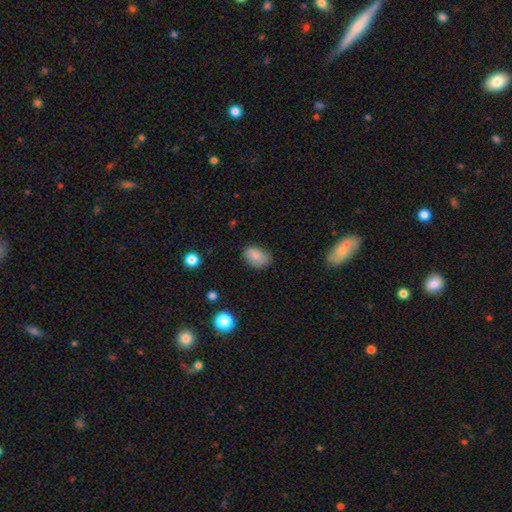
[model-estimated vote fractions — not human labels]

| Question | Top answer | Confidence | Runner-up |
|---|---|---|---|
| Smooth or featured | smooth | 85% | star or artifact (9%) |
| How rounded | in between | 87% | round (12%) |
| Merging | none | 72% | minor disturbance (22%) |